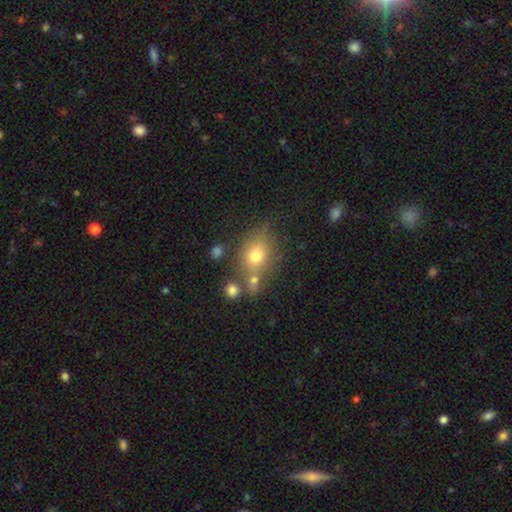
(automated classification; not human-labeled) Smooth or featured?
  - smooth: 72% *
  - featured or disk: 15%
  - star or artifact: 13%
How rounded?
  - in between: 54% *
  - round: 44%
  - cigar-shaped: 2%
Merging?
  - none: 57% *
  - merger: 19%
  - minor disturbance: 16%
  - major disturbance: 7%